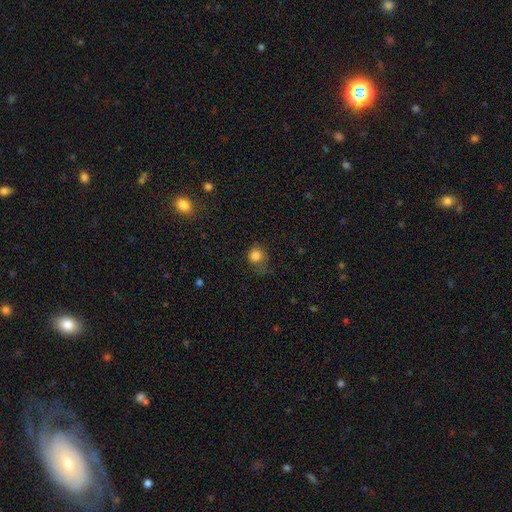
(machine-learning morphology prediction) type=smooth (82%); roundness=round (81%); merging=none (54%).